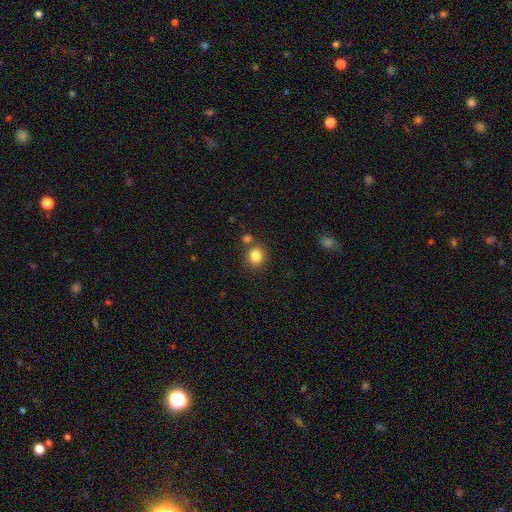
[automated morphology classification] A smooth galaxy with no disk features (83%) that is round (84%).

Vote fractions:
- Smooth or featured? smooth: 83% / star or artifact: 11% / featured or disk: 6%
- How rounded? round: 84% / in between: 15% / cigar-shaped: 1%
- Merging? none: 74% / merger: 13% / minor disturbance: 10% / major disturbance: 3%